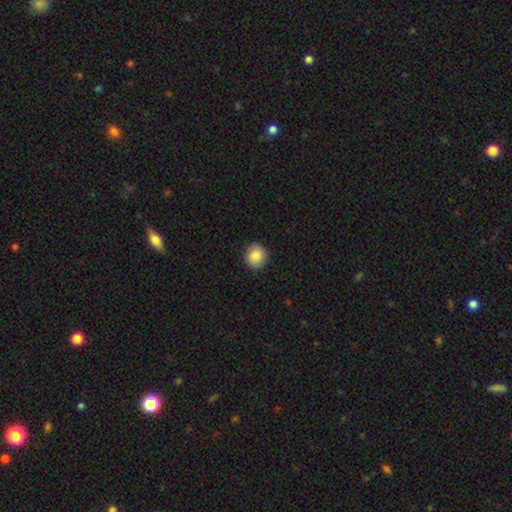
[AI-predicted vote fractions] Smooth or featured: smooth — 87% (star or artifact — 8%)
How rounded: round — 86% (in between — 13%)
Merging: none — 89% (minor disturbance — 8%)